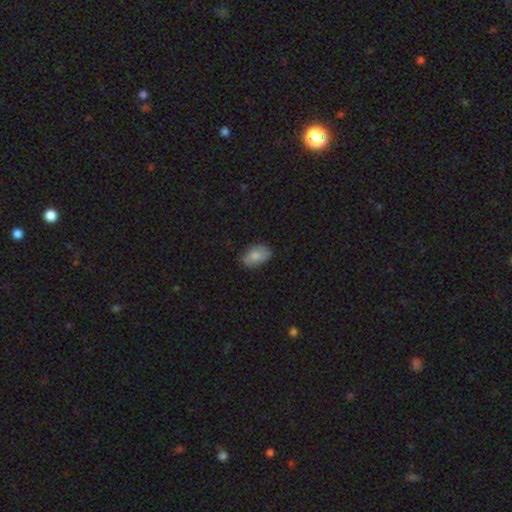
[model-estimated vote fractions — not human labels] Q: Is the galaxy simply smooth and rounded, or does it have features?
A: smooth — 78%.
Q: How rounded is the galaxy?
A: in between — 88%.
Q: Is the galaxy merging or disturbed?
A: none — 77%.